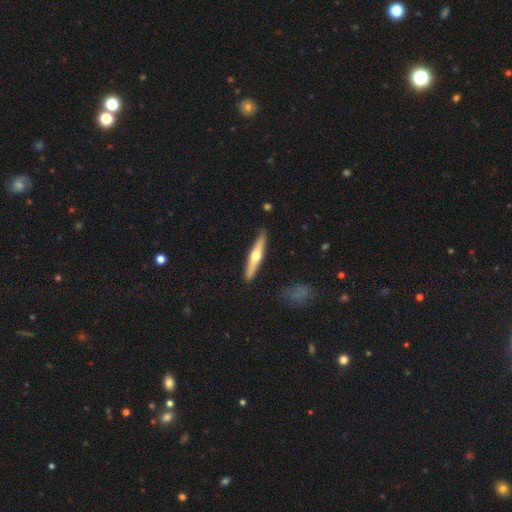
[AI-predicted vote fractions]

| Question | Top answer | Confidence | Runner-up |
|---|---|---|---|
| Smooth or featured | featured or disk | 58% | smooth (37%) |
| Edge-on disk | yes | 95% | no (5%) |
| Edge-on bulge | rounded | 92% | none (6%) |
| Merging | none | 89% | minor disturbance (8%) |